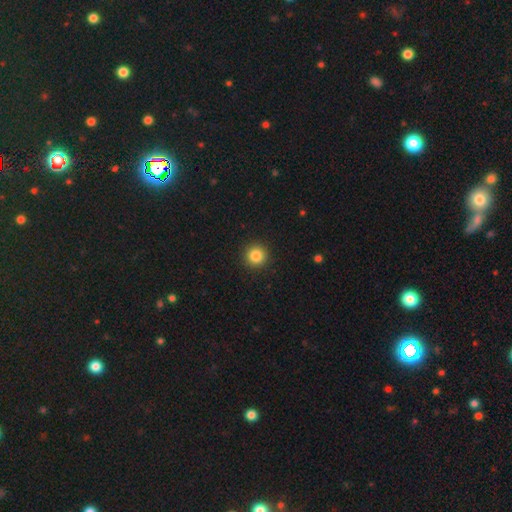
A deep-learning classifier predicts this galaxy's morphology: Smooth or featured? Predicted: smooth (p=0.84). How rounded? Predicted: round (p=0.96). Merging? Predicted: none (p=0.93).